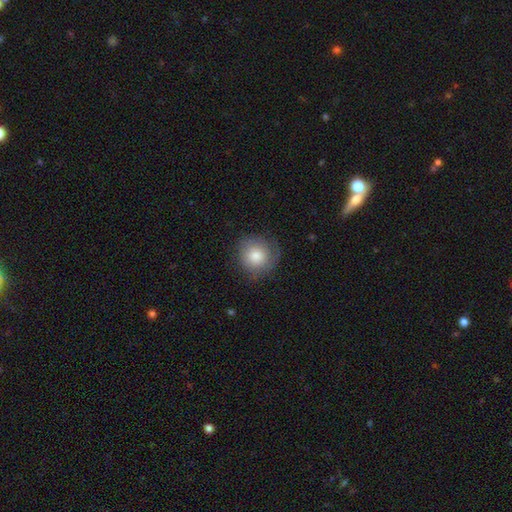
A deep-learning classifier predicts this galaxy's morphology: type=smooth (79%); roundness=round (91%); merging=none (75%).